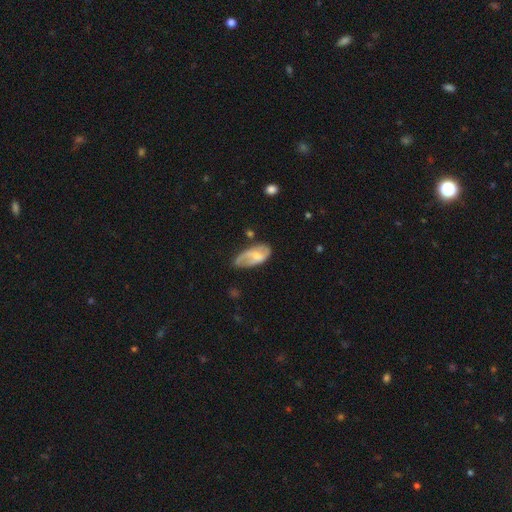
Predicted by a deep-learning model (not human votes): Smooth or featured: featured or disk — 50% (smooth — 44%)
Merging: none — 41% (minor disturbance — 34%)